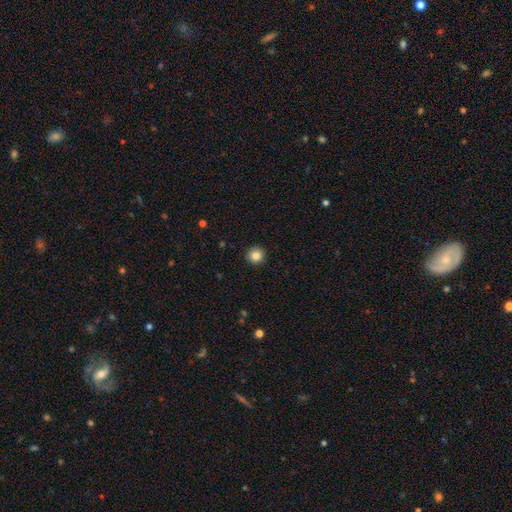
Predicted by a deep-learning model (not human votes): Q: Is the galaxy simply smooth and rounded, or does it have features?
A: smooth — 85%.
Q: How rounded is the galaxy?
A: round — 94%.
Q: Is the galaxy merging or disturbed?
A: none — 92%.